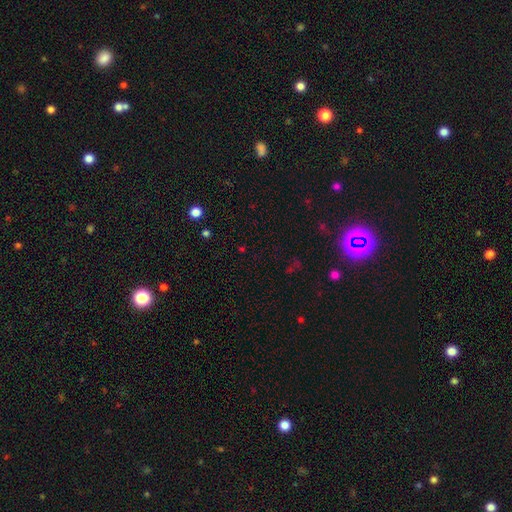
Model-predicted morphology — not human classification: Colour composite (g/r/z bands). It shows a star or artifact, not a galaxy (61%).